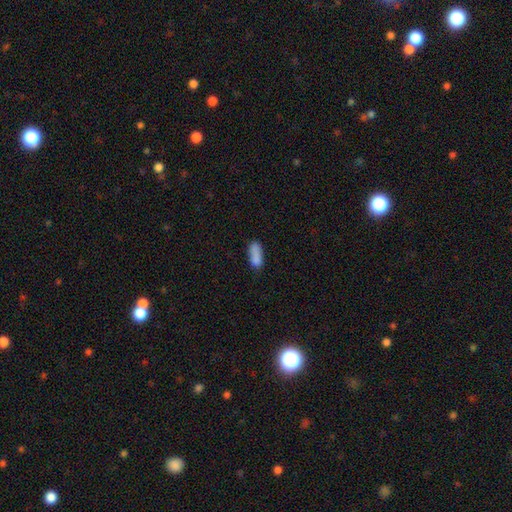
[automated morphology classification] smooth_or_featured: smooth (p=0.85) [alt: star or artifact p=0.08]
how_rounded: in between (p=0.68) [alt: cigar-shaped p=0.29]
merging: none (p=0.63) [alt: minor disturbance p=0.23]